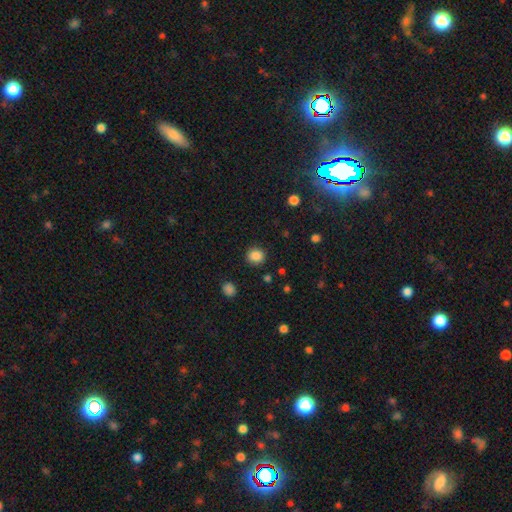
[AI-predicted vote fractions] The model was most divided on "how rounded": round: 82%, in between: 17%, cigar-shaped: 1%. More confident: merging — none (88%); smooth or featured — smooth (86%).